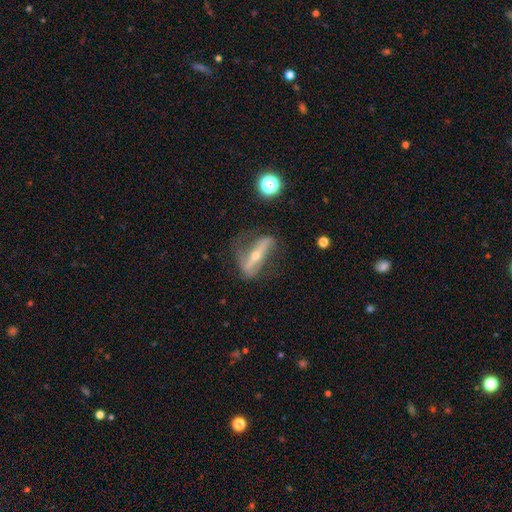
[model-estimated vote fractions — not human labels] Smooth or featured?
  - featured or disk: 79% *
  - smooth: 13%
  - star or artifact: 7%
Edge-on disk?
  - no: 68% *
  - yes: 32%
Bar?
  - strong: 70% *
  - weak: 15%
  - no: 15%
Spiral arms?
  - yes: 79% *
  - no: 21%
Bulge size?
  - small: 59% *
  - moderate: 37%
  - large: 2%
  - none: 2%
  - dominant: 1%
Merging?
  - none: 58% *
  - minor disturbance: 23%
  - major disturbance: 16%
  - merger: 2%